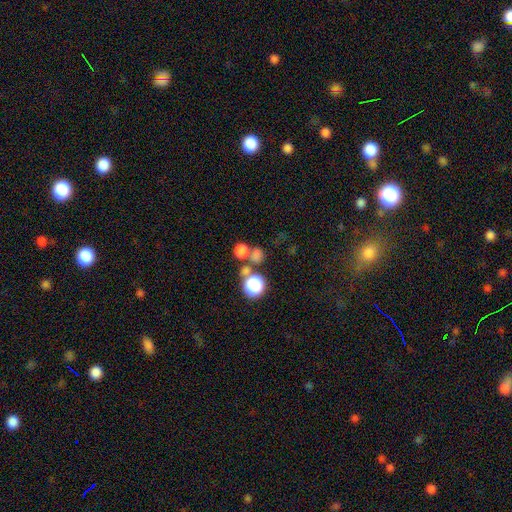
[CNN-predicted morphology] This is likely a smooth galaxy (71%). How rounded: clearly round (82%). Merging: possibly none (53%).